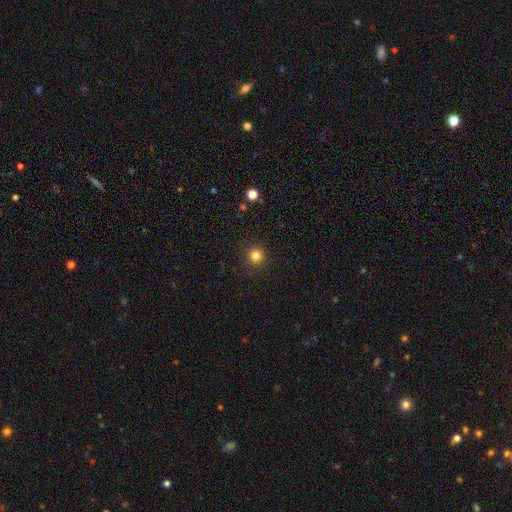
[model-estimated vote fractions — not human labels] smooth-or-featured: smooth: 82% | star or artifact: 13% | featured or disk: 5%
  how-rounded: round: 94% | in between: 5% | cigar-shaped: 1%
  merging: none: 90% | minor disturbance: 6% | major disturbance: 2% | merger: 1%